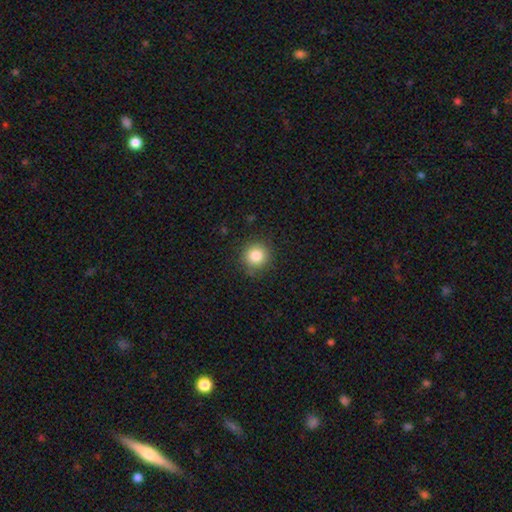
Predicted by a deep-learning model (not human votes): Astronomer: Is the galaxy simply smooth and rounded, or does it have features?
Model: smooth — 84%.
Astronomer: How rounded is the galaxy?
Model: round — 93%.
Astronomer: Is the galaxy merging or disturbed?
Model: none — 87%.